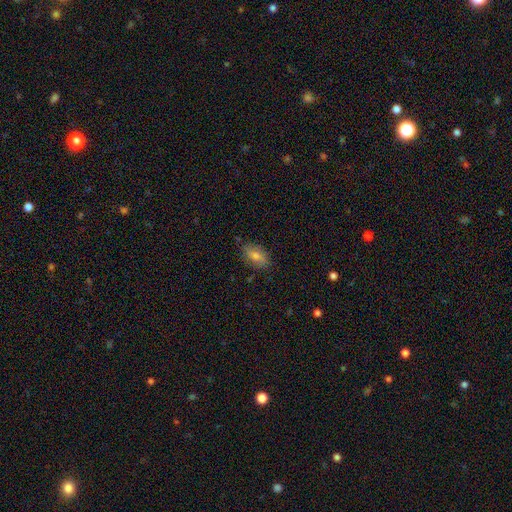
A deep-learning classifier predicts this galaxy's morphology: A smooth galaxy with no disk features (65%) that is in between round and cigar-shaped (87%).

Vote fractions:
- Smooth or featured? smooth: 65% / featured or disk: 23% / star or artifact: 12%
- How rounded? in between: 87% / round: 8% / cigar-shaped: 5%
- Merging? none: 82% / minor disturbance: 14% / major disturbance: 3% / merger: 1%